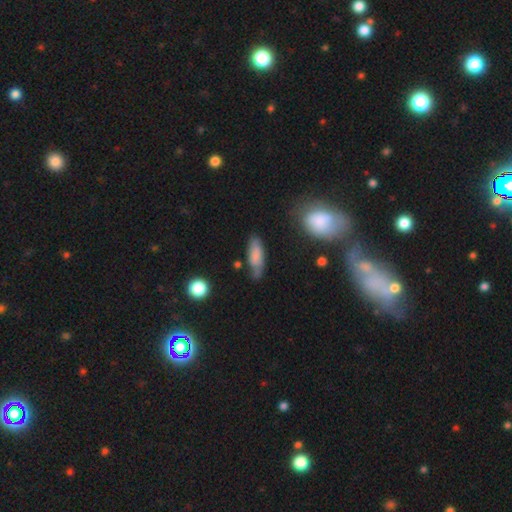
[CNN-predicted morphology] smooth_or_featured: smooth (p=0.71) [alt: featured or disk p=0.21]
how_rounded: in between (p=0.63) [alt: cigar-shaped p=0.35]
merging: none (p=0.61) [alt: minor disturbance p=0.27]